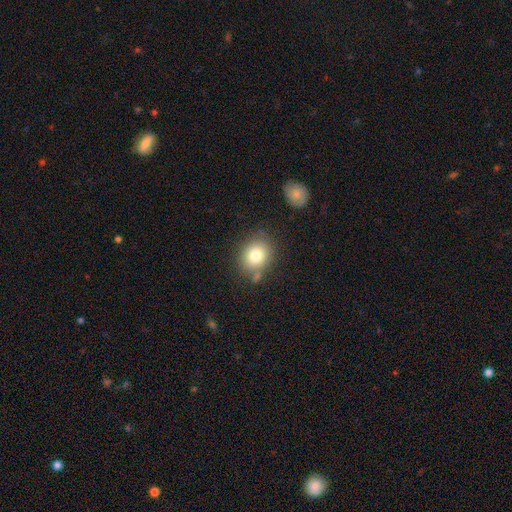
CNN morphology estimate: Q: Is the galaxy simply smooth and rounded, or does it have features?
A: smooth — 79%.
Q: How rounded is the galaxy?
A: round — 64%.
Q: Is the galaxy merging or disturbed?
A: none — 73%.